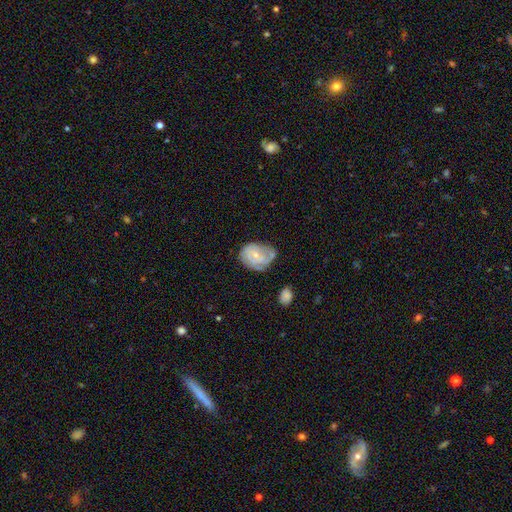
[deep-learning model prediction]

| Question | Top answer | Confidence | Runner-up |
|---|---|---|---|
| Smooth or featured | featured or disk | 64% | smooth (29%) |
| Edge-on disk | no | 97% | yes (3%) |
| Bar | no | 67% | weak (29%) |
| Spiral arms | yes | 81% | no (19%) |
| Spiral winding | tight | 60% | medium (29%) |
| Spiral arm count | can't tell | 42% | 2 (28%) |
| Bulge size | small | 68% | moderate (28%) |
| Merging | none | 45% | minor disturbance (34%) |